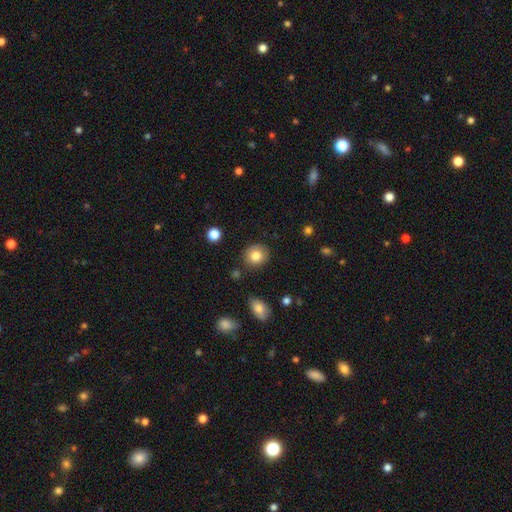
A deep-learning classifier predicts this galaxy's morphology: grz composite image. It shows a smooth galaxy with no disk features (82%) that is round (77%). Merging: none (84%).